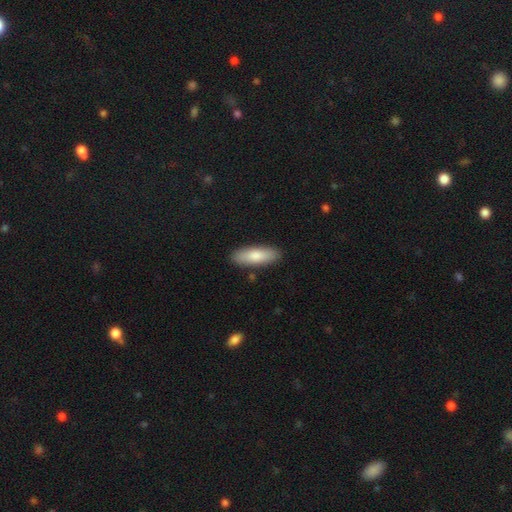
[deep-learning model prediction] Morphology: type=smooth (81%); roundness=in between (63%); merging=none (87%).